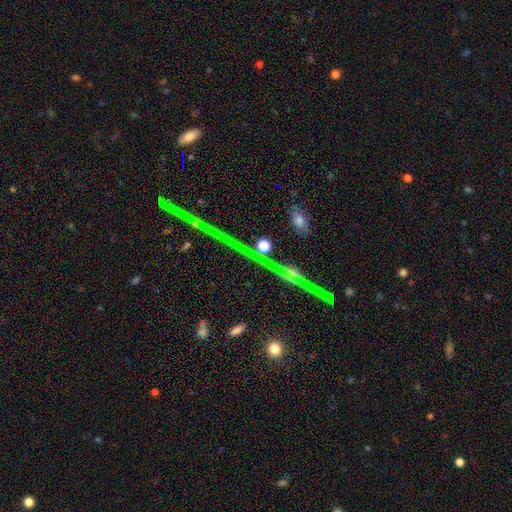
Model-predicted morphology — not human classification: This appears to be a star or artifact, not a galaxy (57%).